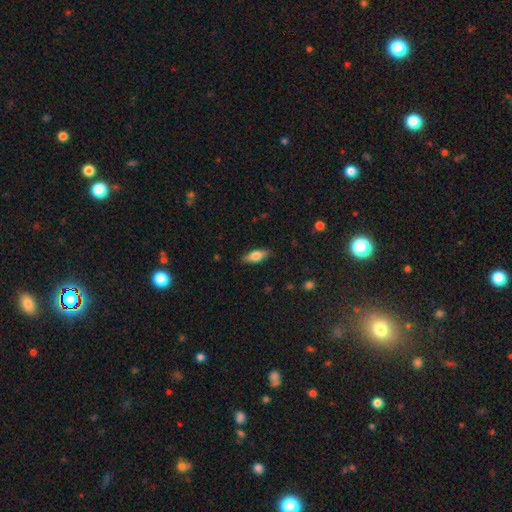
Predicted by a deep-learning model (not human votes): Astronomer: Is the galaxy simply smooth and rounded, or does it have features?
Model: smooth — 72%.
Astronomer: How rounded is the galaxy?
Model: in between — 75%.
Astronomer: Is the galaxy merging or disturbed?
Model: none — 85%.